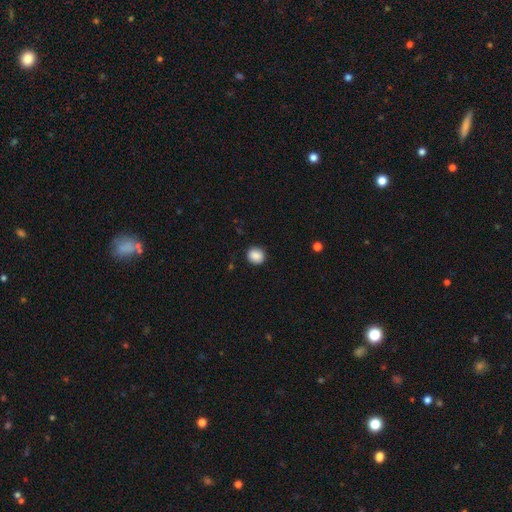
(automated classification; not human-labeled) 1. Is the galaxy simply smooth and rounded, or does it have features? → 88% smooth, 8% star or artifact, 4% featured or disk.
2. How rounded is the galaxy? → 79% round, 20% in between, 1% cigar-shaped.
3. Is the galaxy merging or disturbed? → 88% none, 9% minor disturbance, 2% major disturbance, 1% merger.